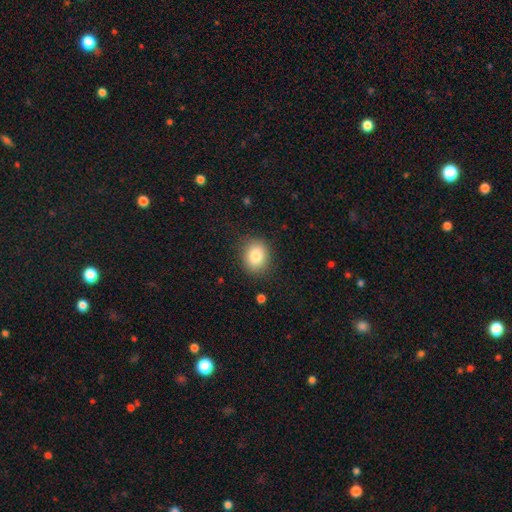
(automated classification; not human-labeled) Smooth or featured: smooth — 84% (star or artifact — 9%)
How rounded: round — 64% (in between — 35%)
Merging: none — 85% (minor disturbance — 10%)